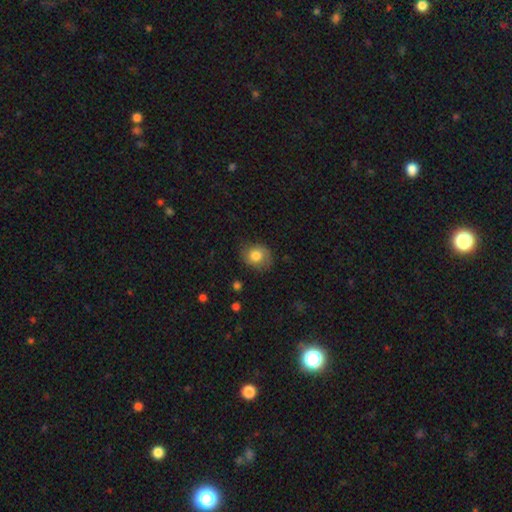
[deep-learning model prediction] Smooth or featured? smooth (79%)
How rounded? round (61%)
Merging? none (77%)